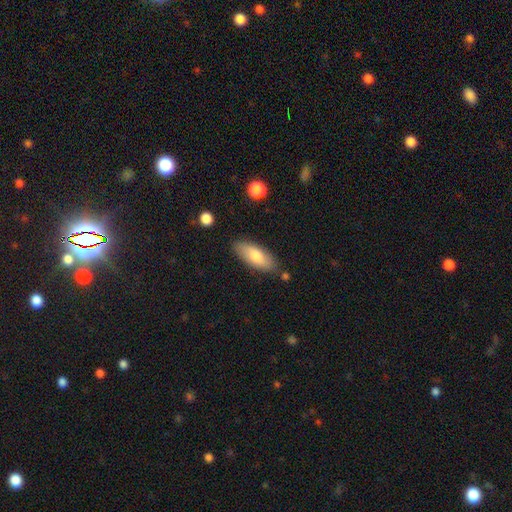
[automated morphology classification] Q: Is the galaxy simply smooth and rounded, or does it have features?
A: smooth — 74%.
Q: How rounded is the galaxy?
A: in between — 80%.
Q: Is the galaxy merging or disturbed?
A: none — 81%.